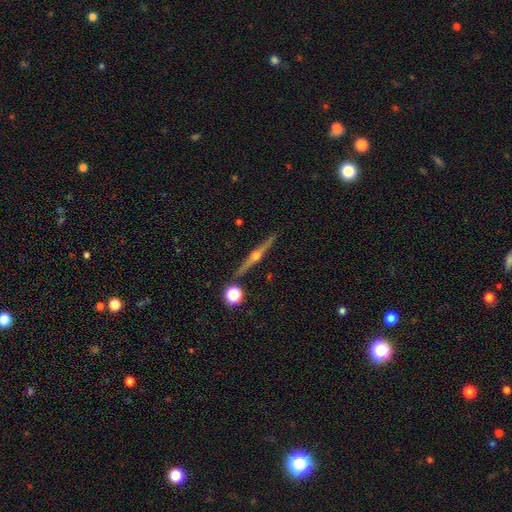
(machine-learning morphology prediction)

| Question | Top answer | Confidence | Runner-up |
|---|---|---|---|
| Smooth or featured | featured or disk | 85% | smooth (9%) |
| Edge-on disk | yes | 98% | no (2%) |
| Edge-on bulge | rounded | 95% | none (3%) |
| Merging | none | 91% | minor disturbance (5%) |